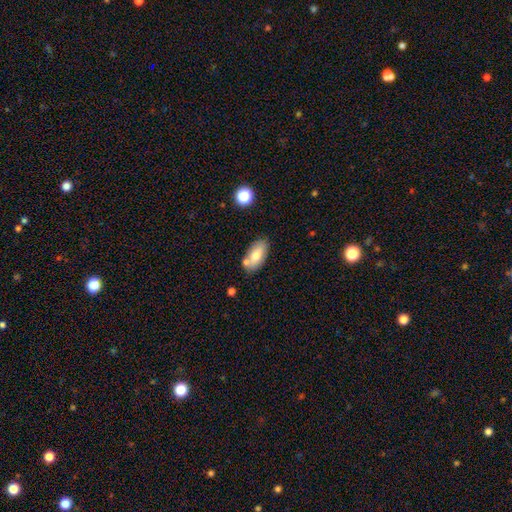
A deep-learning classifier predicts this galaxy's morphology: The model was most divided on "smooth or featured": smooth: 73%, featured or disk: 20%, star or artifact: 7%. More confident: how rounded — in between (92%); merging — none (69%).